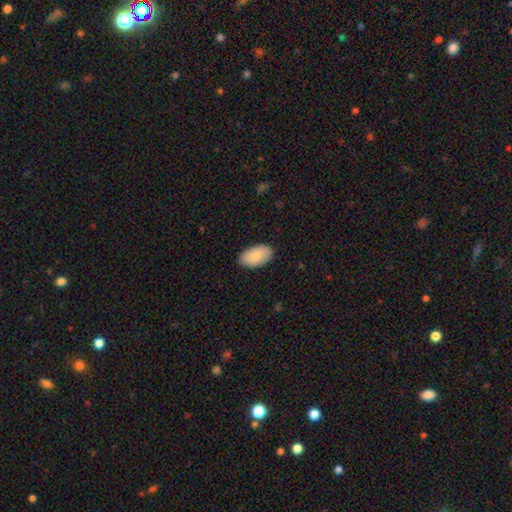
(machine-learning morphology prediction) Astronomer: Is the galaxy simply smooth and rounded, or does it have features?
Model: smooth — 84%.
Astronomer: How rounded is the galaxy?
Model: in between — 95%.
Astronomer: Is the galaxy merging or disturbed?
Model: none — 87%.